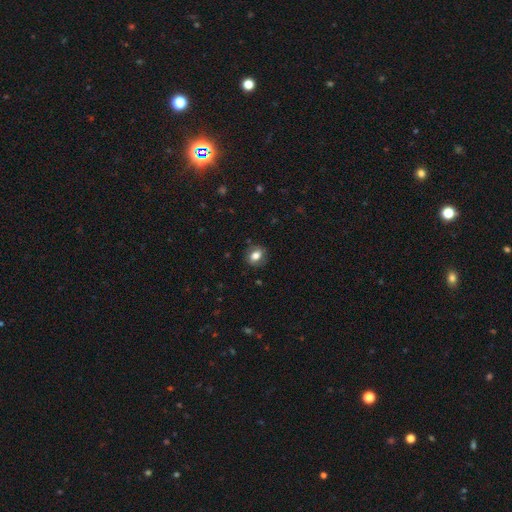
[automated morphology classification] smooth-or-featured: smooth: 75% | featured or disk: 16% | star or artifact: 9%
  how-rounded: in between: 56% | round: 42% | cigar-shaped: 1%
  merging: none: 82% | minor disturbance: 13% | major disturbance: 4% | merger: 1%